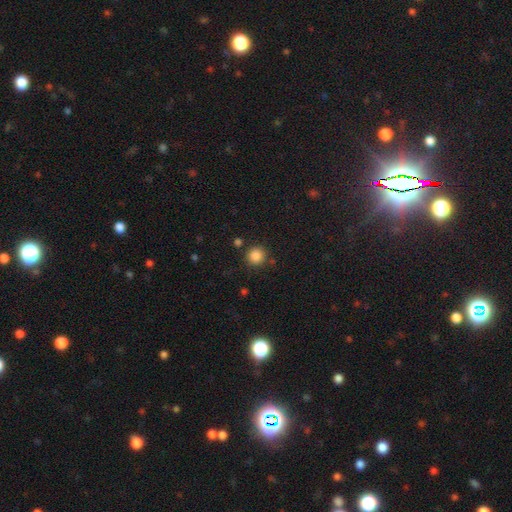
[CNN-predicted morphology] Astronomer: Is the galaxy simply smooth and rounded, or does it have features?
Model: smooth — 86%.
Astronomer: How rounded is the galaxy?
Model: round — 93%.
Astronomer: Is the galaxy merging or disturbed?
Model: none — 86%.